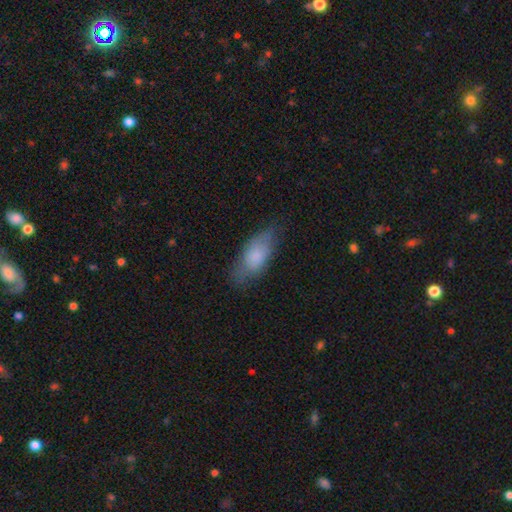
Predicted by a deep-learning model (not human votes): smooth-or-featured: smooth: 76% | featured or disk: 18% | star or artifact: 7%
  how-rounded: in between: 82% | cigar-shaped: 16% | round: 3%
  merging: none: 66% | minor disturbance: 25% | major disturbance: 8% | merger: 1%